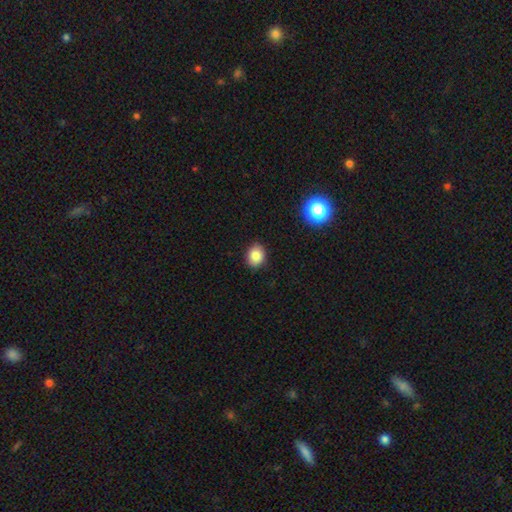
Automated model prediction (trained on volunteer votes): smooth 84%, star or artifact 10%, featured or disk 6%. Down the decision tree: how rounded — round (53%); merging — none (88%).